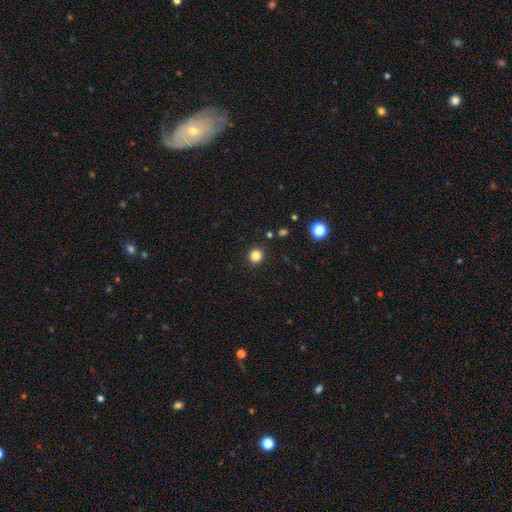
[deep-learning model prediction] smooth 83%, star or artifact 13%, featured or disk 4%. Down the decision tree: how rounded — round (91%); merging — none (91%).